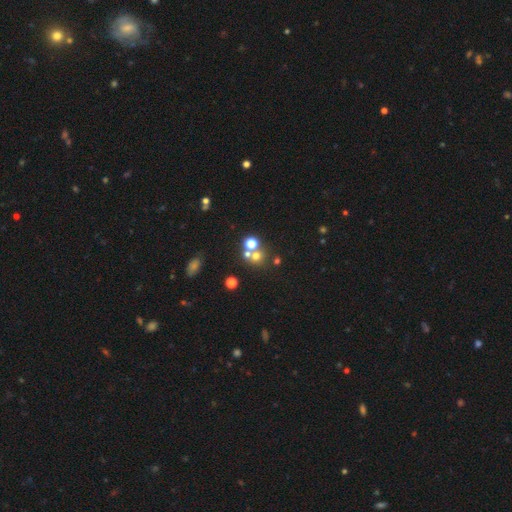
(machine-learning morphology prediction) smooth-or-featured: smooth: 60% | star or artifact: 26% | featured or disk: 13%
  how-rounded: round: 87% | in between: 12% | cigar-shaped: 1%
  merging: none: 57% | merger: 31% | minor disturbance: 7% | major disturbance: 4%